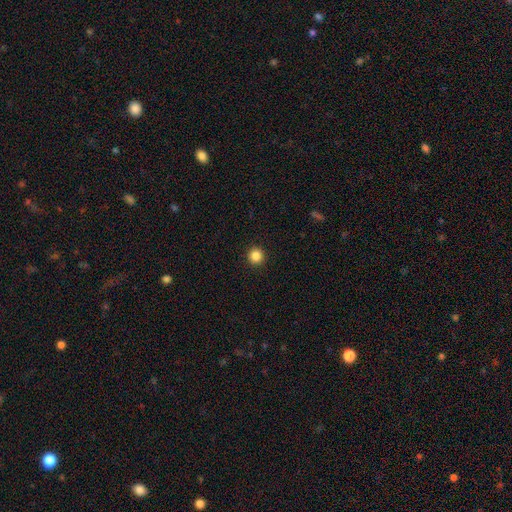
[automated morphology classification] smooth_or_featured: smooth (p=0.85) [alt: star or artifact p=0.11]
how_rounded: round (p=0.96) [alt: in between p=0.04]
merging: none (p=0.94) [alt: minor disturbance p=0.04]